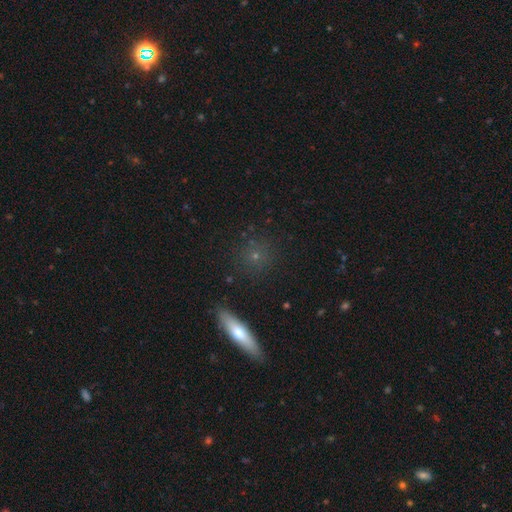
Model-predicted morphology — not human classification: A smooth galaxy with no disk features (57%) that is round (76%).

Vote fractions:
- Smooth or featured? smooth: 57% / featured or disk: 21% / star or artifact: 21%
- How rounded? round: 76% / in between: 15% / cigar-shaped: 9%
- Merging? none: 86% / minor disturbance: 9% / major disturbance: 3% / merger: 3%